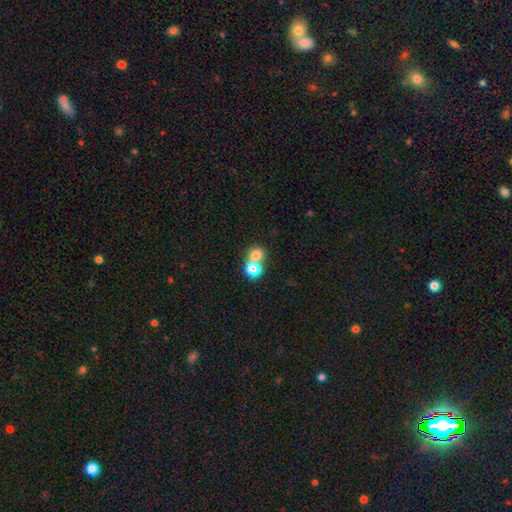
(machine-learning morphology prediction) The model was most divided on "merging": merger: 55%, none: 37%, minor disturbance: 5%, major disturbance: 3%. More confident: how rounded — round (77%); smooth or featured — smooth (76%).